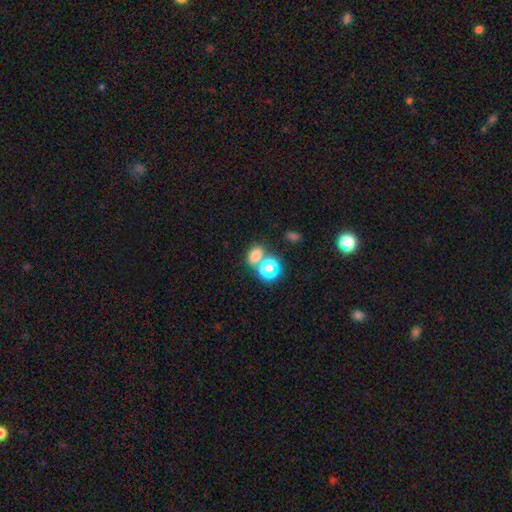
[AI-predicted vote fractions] This appears to be a smooth galaxy with no disk features (70%) that is in between round and cigar-shaped (64%). Merging: none (49%).